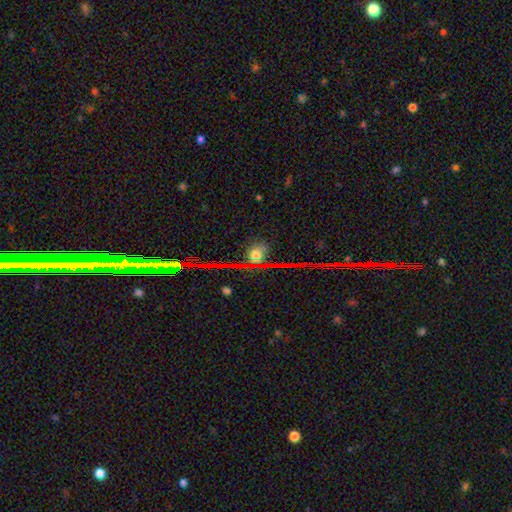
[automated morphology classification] Smooth or featured: smooth — 53% (star or artifact — 36%)
How rounded: round — 66% (in between — 30%)
Merging: none — 76% (minor disturbance — 14%)